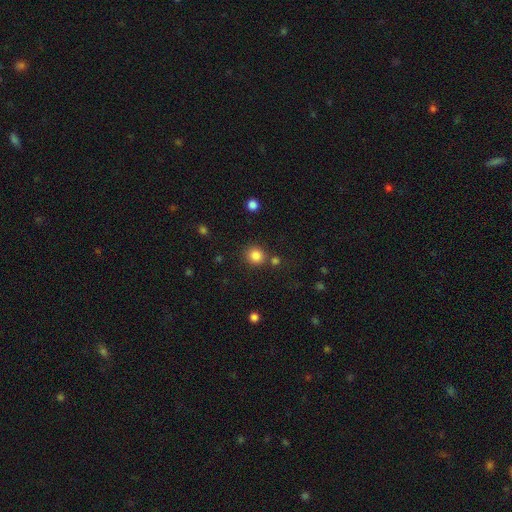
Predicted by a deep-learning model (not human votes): smooth-or-featured: smooth: 84% | star or artifact: 12% | featured or disk: 5%
  how-rounded: round: 89% | in between: 10% | cigar-shaped: 1%
  merging: none: 79% | merger: 9% | minor disturbance: 8% | major disturbance: 3%